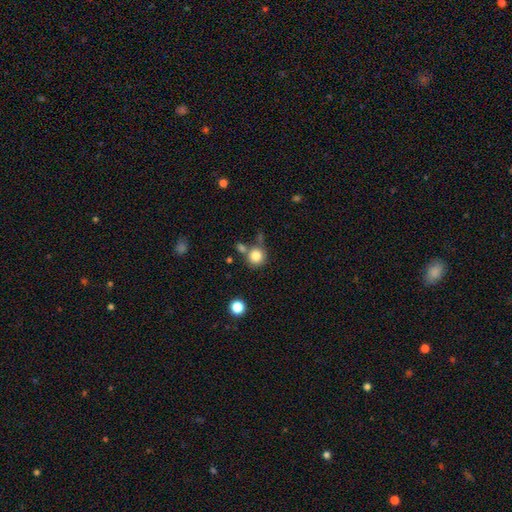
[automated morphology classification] The model was most divided on "merging": none: 65%, merger: 19%, minor disturbance: 12%, major disturbance: 5%. More confident: how rounded — round (91%); smooth or featured — smooth (83%).